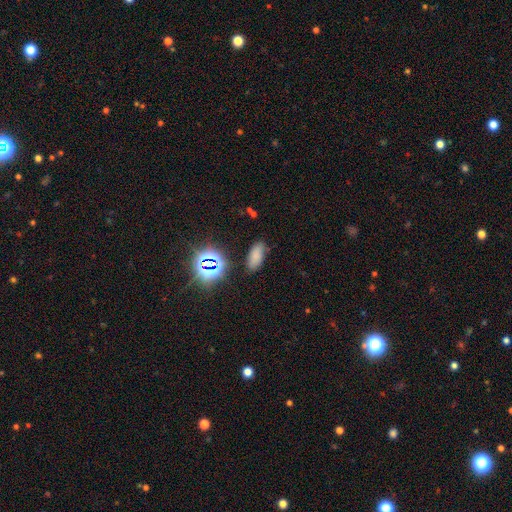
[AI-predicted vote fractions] Smooth or featured? Predicted: smooth (p=0.71). How rounded? Predicted: in between (p=0.85). Merging? Predicted: none (p=0.80).